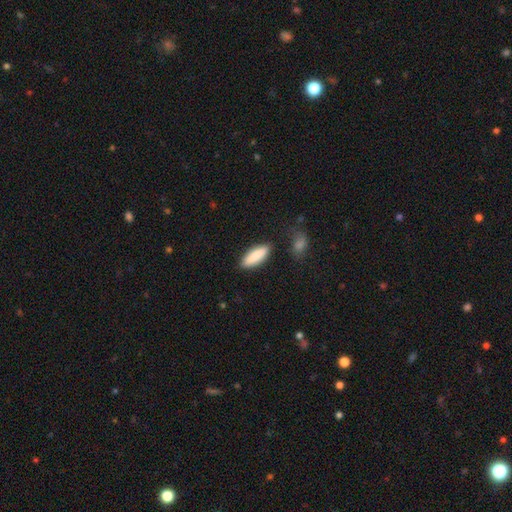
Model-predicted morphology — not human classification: Overall: smooth (88%). How rounded: in between (63%; cigar-shaped 35%). Merging: none (84%).